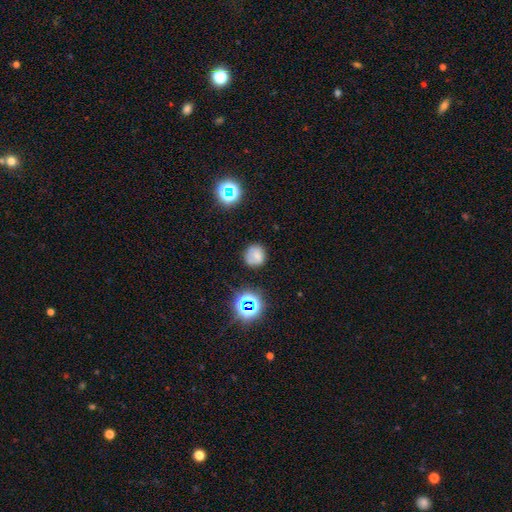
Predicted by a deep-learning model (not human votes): Smooth or featured? smooth (66%)
How rounded? round (84%)
Merging? none (71%)